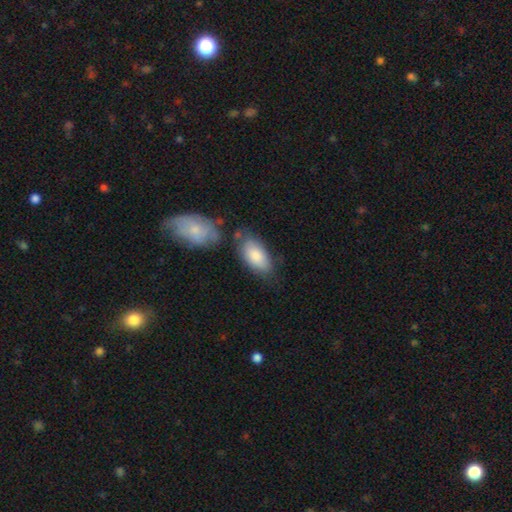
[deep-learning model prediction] Smooth or featured? smooth (82%)
How rounded? in between (93%)
Merging? none (61%)